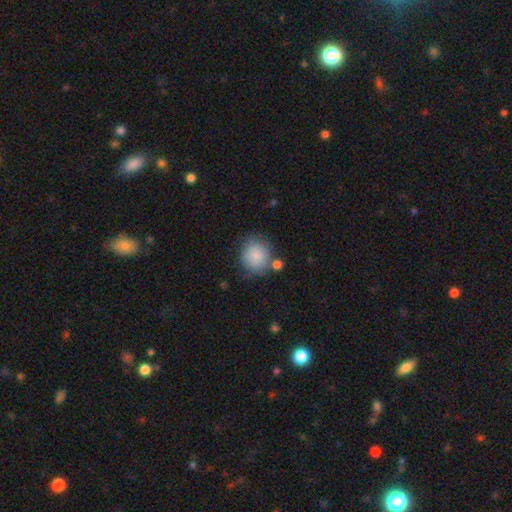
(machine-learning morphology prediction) Smooth or featured? smooth (85%)
How rounded? round (83%)
Merging? none (66%)